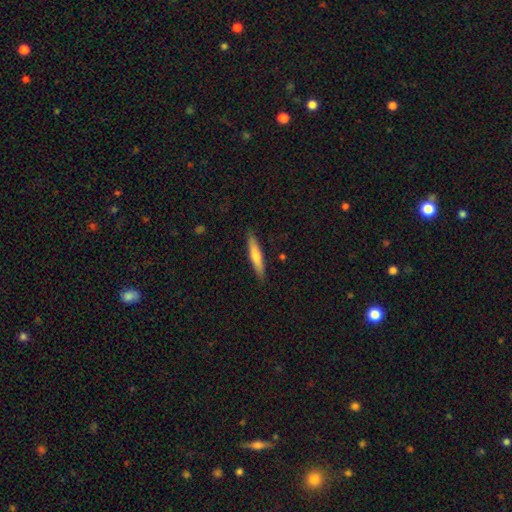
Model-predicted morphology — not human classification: smooth_or_featured: smooth (p=0.63) [alt: featured or disk p=0.31]
how_rounded: cigar-shaped (p=0.90) [alt: in between p=0.09]
merging: none (p=0.89) [alt: minor disturbance p=0.08]